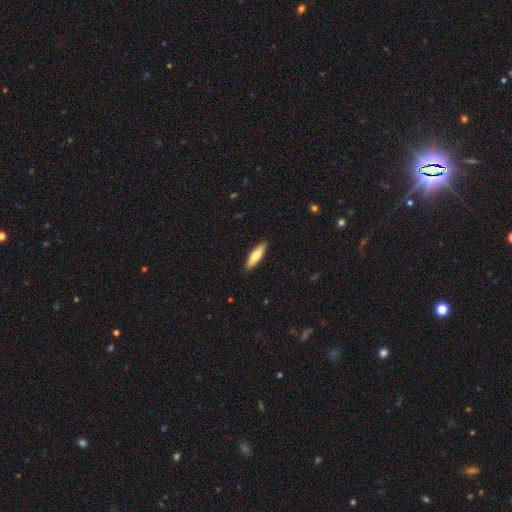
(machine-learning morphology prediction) This appears to be a smooth galaxy with no disk features (71%) that is cigar-shaped (58%). Merging: none (90%).